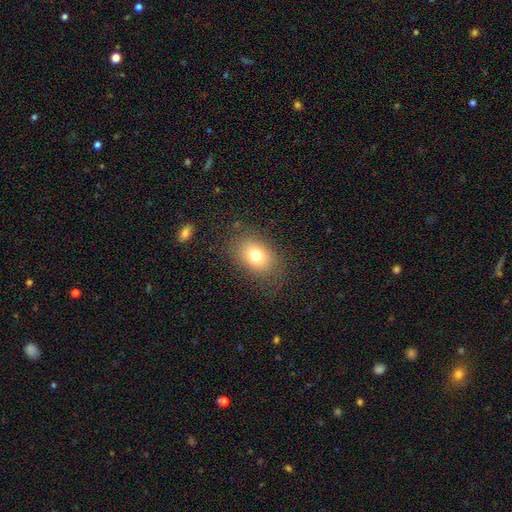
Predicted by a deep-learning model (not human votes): This appears to be a smooth galaxy with no disk features (76%) that is in between round and cigar-shaped (74%). Merging: none (79%).